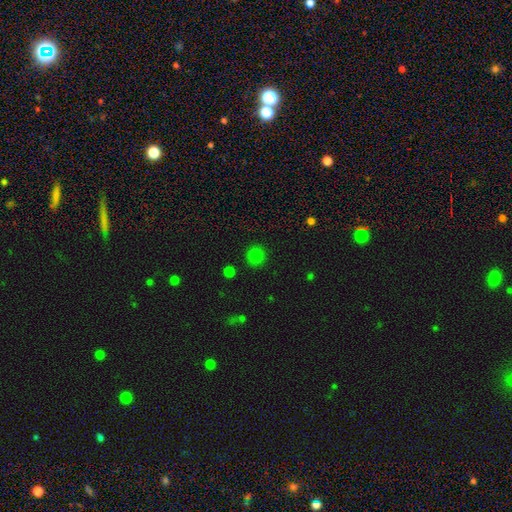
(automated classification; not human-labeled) The model was most divided on "smooth or featured": smooth: 81%, star or artifact: 14%, featured or disk: 4%. More confident: how rounded — round (92%); merging — none (91%).